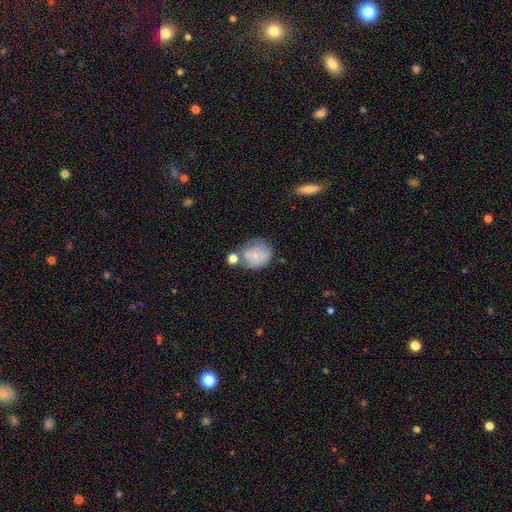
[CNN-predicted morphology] Q: Smooth or featured?
A: smooth (67%); runner-up: featured or disk (24%)
Q: How rounded?
A: round (72%); runner-up: in between (27%)
Q: Merging?
A: none (41%); runner-up: merger (25%)